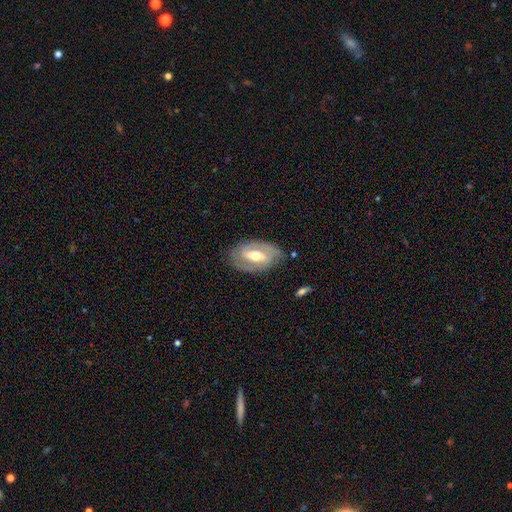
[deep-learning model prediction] A featured or disk galaxy (75%) with a strong bar (48%), 2 (79%) tight (48%) spiral arms (73%) and a moderate central bulge (69%). Merging: none (79%).